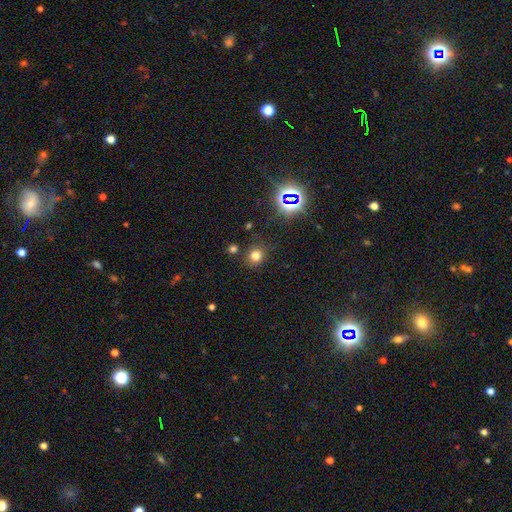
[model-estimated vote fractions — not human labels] A smooth galaxy with no disk features (72%) that is round (84%).

Vote fractions:
- Smooth or featured? smooth: 72% / star or artifact: 22% / featured or disk: 6%
- How rounded? round: 84% / in between: 15% / cigar-shaped: 1%
- Merging? none: 80% / minor disturbance: 11% / merger: 5% / major disturbance: 4%